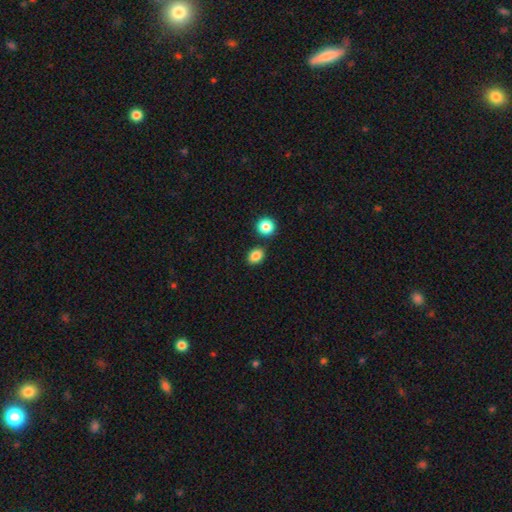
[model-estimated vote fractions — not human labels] Smooth or featured: smooth — 85% (star or artifact — 10%)
How rounded: in between — 57% (round — 42%)
Merging: none — 82% (minor disturbance — 9%)